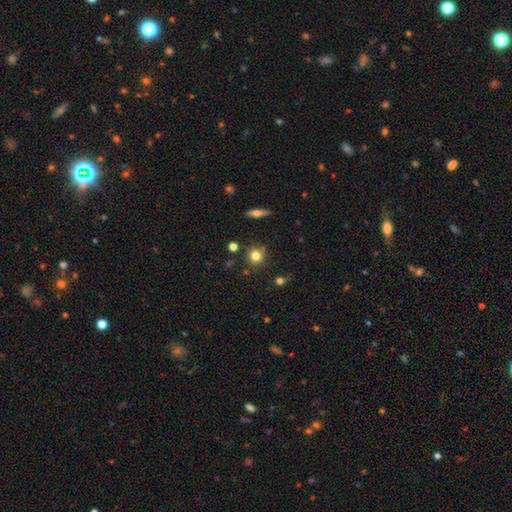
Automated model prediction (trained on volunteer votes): Smooth or featured? smooth (78%)
How rounded? round (89%)
Merging? none (81%)